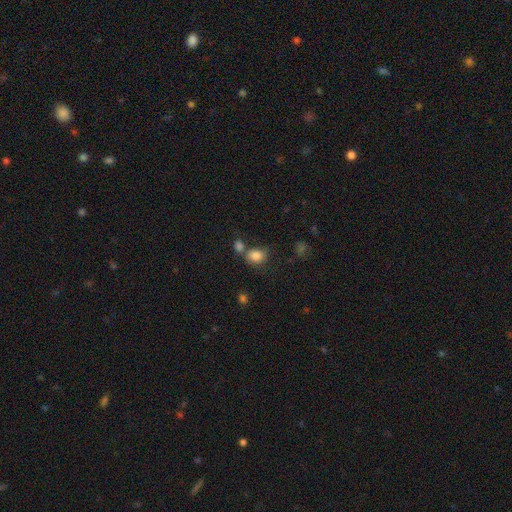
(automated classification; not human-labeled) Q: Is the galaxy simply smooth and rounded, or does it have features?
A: smooth — 83%.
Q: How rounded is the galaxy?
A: round — 50%.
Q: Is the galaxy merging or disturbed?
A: none — 51%.